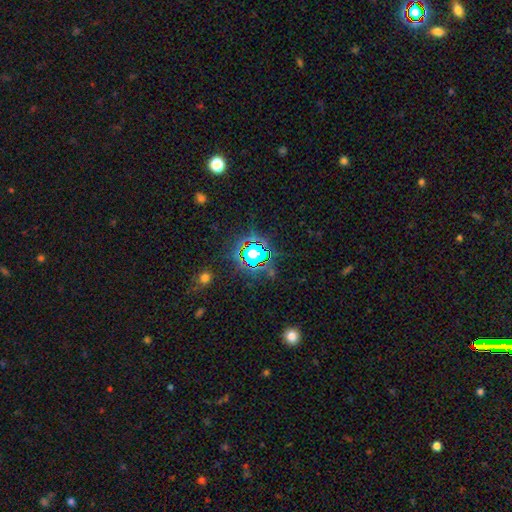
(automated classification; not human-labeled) star or artifact 73%, smooth 17%, featured or disk 10%.